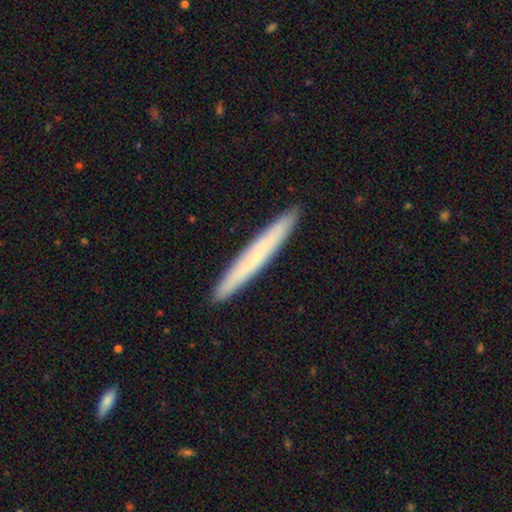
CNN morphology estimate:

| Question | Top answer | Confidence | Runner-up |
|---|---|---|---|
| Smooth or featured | smooth | 61% | featured or disk (33%) |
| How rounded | cigar-shaped | 97% | in between (2%) |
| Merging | none | 93% | minor disturbance (5%) |